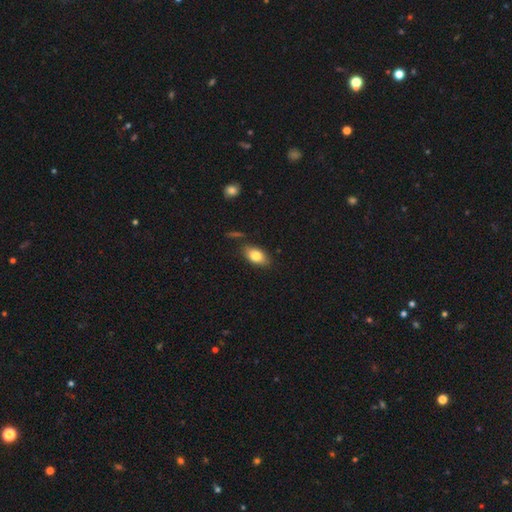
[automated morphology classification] type=smooth (81%); roundness=in between (90%); merging=none (82%).